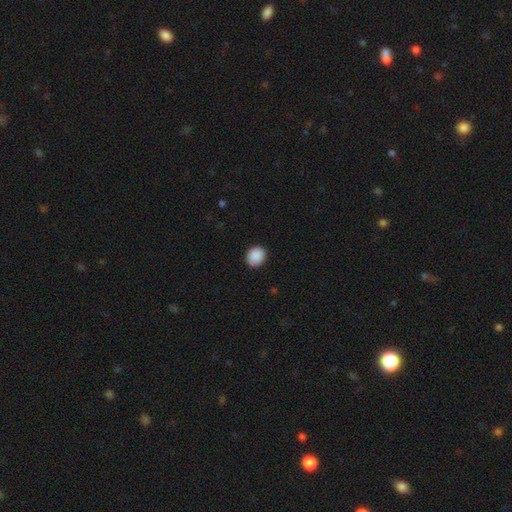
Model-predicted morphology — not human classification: smooth-or-featured: smooth: 90% | star or artifact: 8% | featured or disk: 3%
  how-rounded: round: 75% | in between: 24% | cigar-shaped: 1%
  merging: none: 89% | minor disturbance: 8% | major disturbance: 2% | merger: 1%